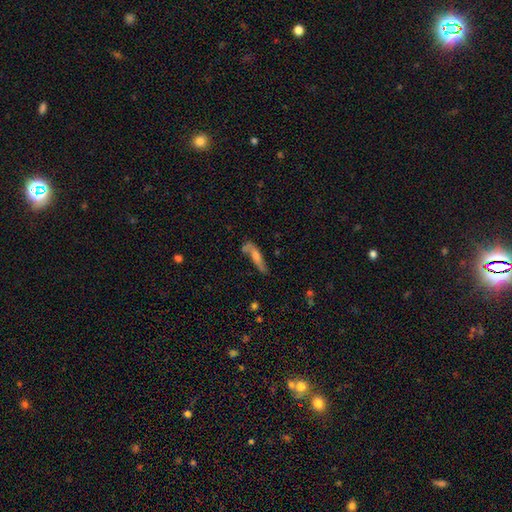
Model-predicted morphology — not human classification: A smooth galaxy with no disk features (46%).

Vote fractions:
- Smooth or featured? smooth: 46% / featured or disk: 44% / star or artifact: 11%
- Merging? none: 52% / minor disturbance: 23% / merger: 13% / major disturbance: 13%